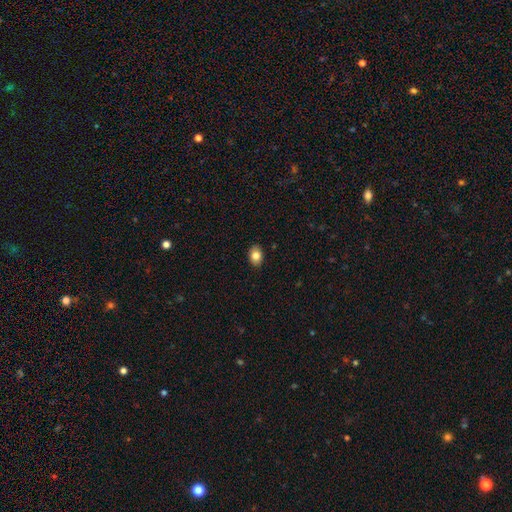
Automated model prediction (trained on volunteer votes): Smooth or featured?
  - smooth: 83% *
  - star or artifact: 9%
  - featured or disk: 8%
How rounded?
  - in between: 74% *
  - round: 25%
  - cigar-shaped: 1%
Merging?
  - none: 89% *
  - minor disturbance: 8%
  - major disturbance: 2%
  - merger: 1%